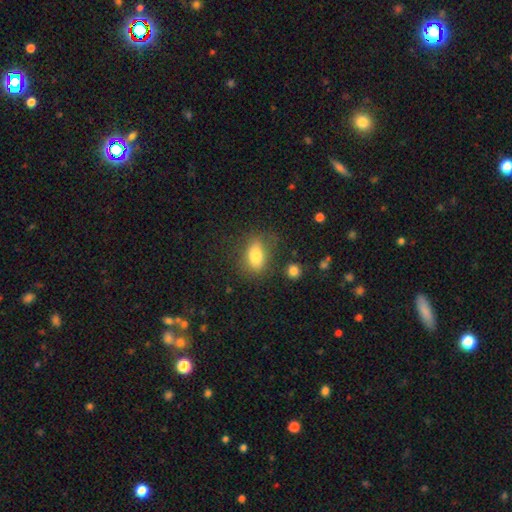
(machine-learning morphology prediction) Smooth or featured? Predicted: smooth (p=0.80). How rounded? Predicted: in between (p=0.82). Merging? Predicted: none (p=0.70).